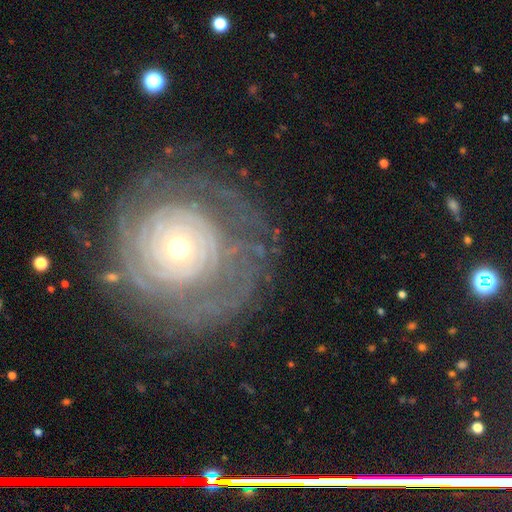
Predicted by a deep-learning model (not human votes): Smooth or featured?
  - featured or disk: 75% *
  - smooth: 16%
  - star or artifact: 10%
Edge-on disk?
  - no: 96% *
  - yes: 4%
Bar?
  - no: 82% *
  - weak: 12%
  - strong: 5%
Spiral arms?
  - yes: 80% *
  - no: 20%
Spiral winding?
  - tight: 78% *
  - medium: 16%
  - loose: 6%
Spiral arm count?
  - can't tell: 47% *
  - 2: 19%
  - 3: 11%
  - 4: 8%
  - more than 4: 8%
  - 1: 7%
Bulge size?
  - small: 57% *
  - moderate: 35%
  - large: 5%
  - dominant: 1%
  - none: 1%
Merging?
  - none: 72% *
  - minor disturbance: 14%
  - major disturbance: 12%
  - merger: 2%